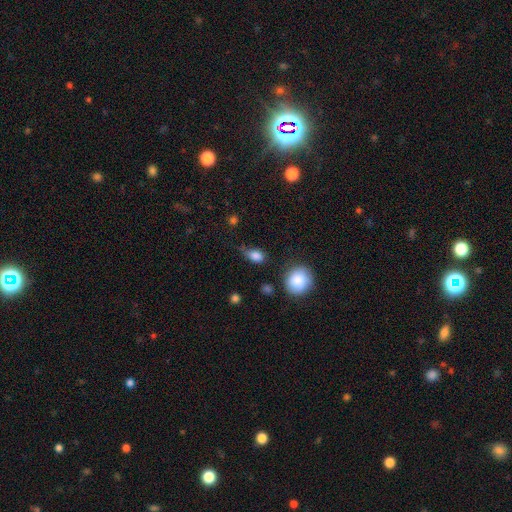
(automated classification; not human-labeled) smooth 84%, star or artifact 9%, featured or disk 7%. Down the decision tree: how rounded — in between (73%); merging — none (43%).